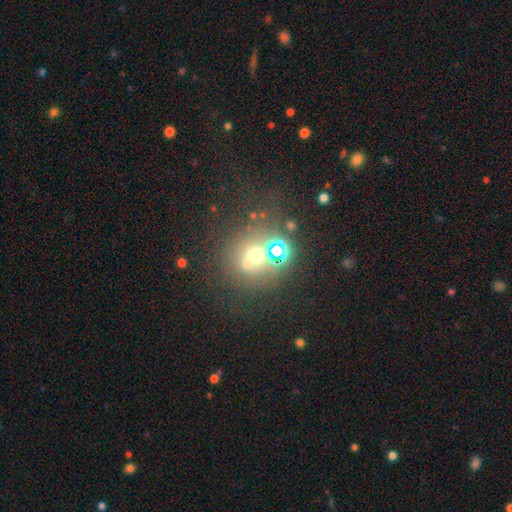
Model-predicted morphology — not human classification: This is marginally a smooth galaxy (41%, tied with star or artifact). Merging: possibly none (59%).